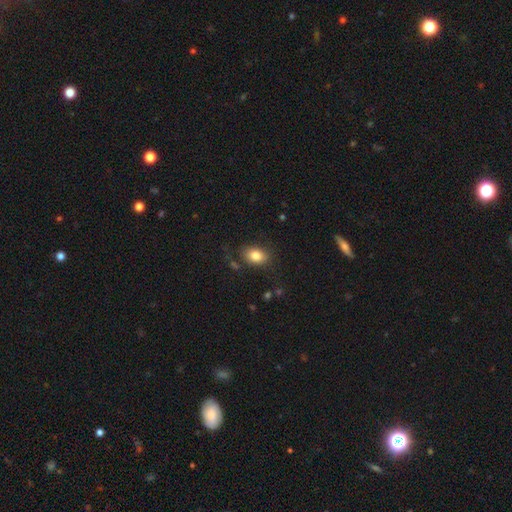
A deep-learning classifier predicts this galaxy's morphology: The model was most divided on "how rounded": in between: 79%, round: 20%, cigar-shaped: 1%. More confident: smooth or featured — smooth (83%); merging — none (80%).